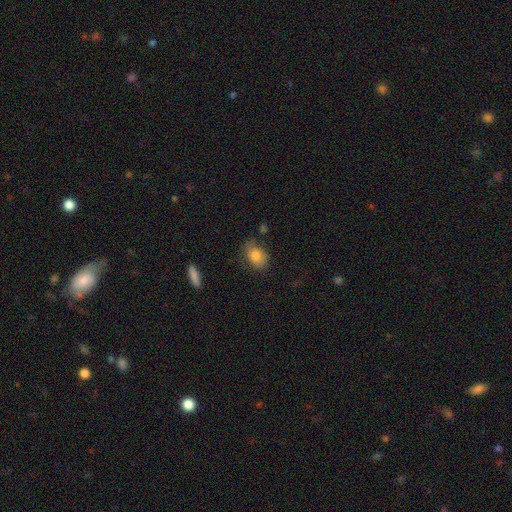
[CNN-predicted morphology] A smooth galaxy with no disk features (80%) that is in between round and cigar-shaped (81%). Merging: none (66%).